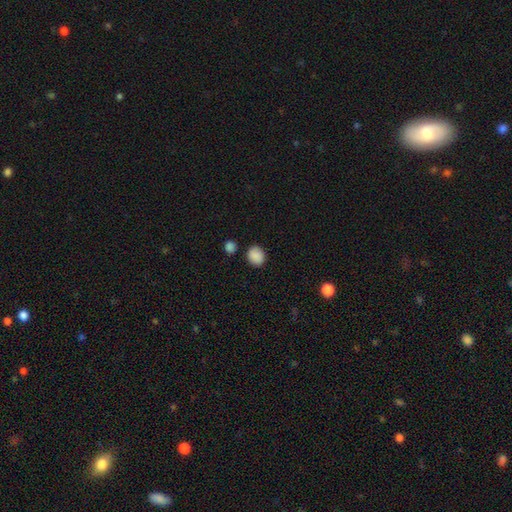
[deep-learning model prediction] smooth-or-featured: smooth: 88% | star or artifact: 9% | featured or disk: 3%
  how-rounded: round: 63% | in between: 36% | cigar-shaped: 1%
  merging: none: 84% | minor disturbance: 10% | merger: 4% | major disturbance: 3%